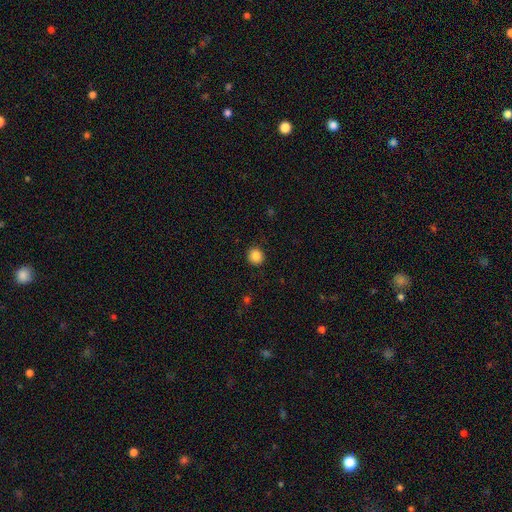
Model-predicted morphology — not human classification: Q: Smooth or featured?
A: smooth (86%); runner-up: star or artifact (10%)
Q: How rounded?
A: round (90%); runner-up: in between (9%)
Q: Merging?
A: none (91%); runner-up: minor disturbance (6%)